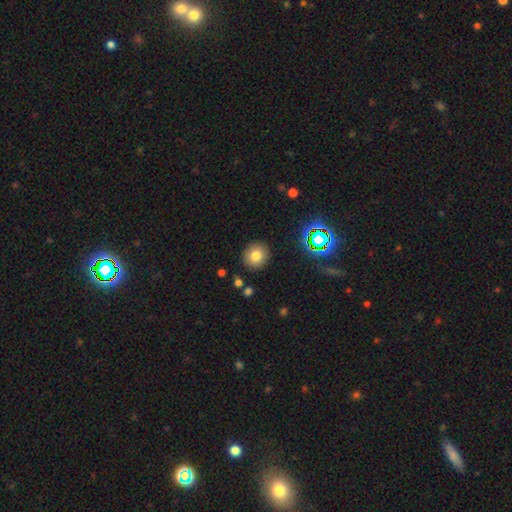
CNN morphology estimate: smooth_or_featured: smooth (p=0.77) [alt: star or artifact p=0.14]
how_rounded: round (p=0.89) [alt: in between p=0.10]
merging: none (p=0.89) [alt: minor disturbance p=0.06]